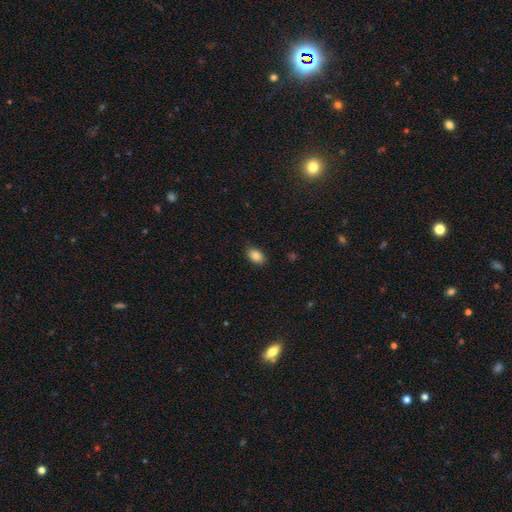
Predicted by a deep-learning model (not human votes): Smooth or featured? Predicted: smooth (p=0.84). How rounded? Predicted: in between (p=0.88). Merging? Predicted: none (p=0.85).